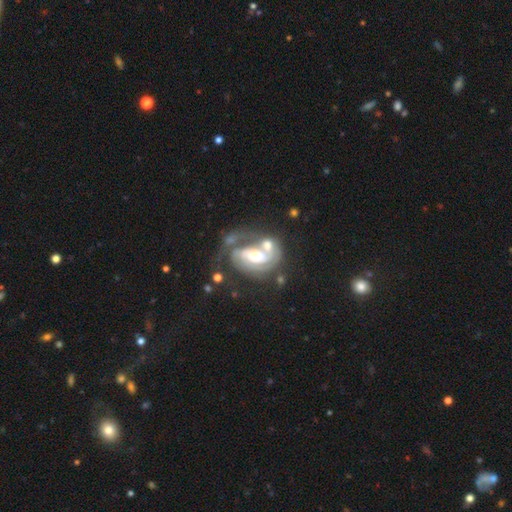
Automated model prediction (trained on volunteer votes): smooth_or_featured: featured or disk (p=0.83) [alt: smooth p=0.12]
disk_edge_on: no (p=0.97) [alt: yes p=0.03]
bar: no (p=0.41) [alt: weak p=0.37]
has_spiral_arms: yes (p=0.91) [alt: no p=0.09]
spiral_winding: tight (p=0.57) [alt: medium p=0.32]
spiral_arm_count: 2 (p=0.51) [alt: 1 p=0.20]
bulge_size: moderate (p=0.40) [alt: large p=0.29]
merging: none (p=0.31) [alt: major disturbance p=0.27]